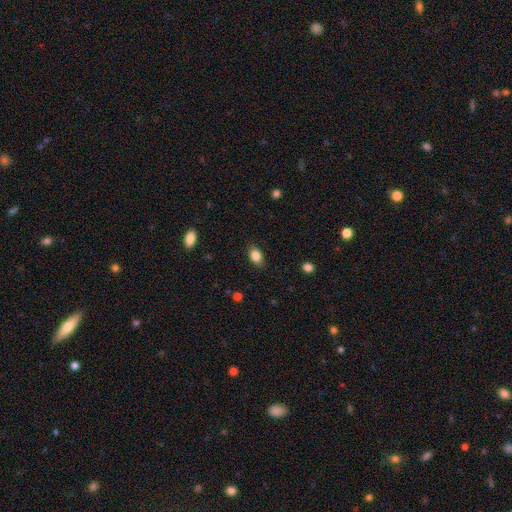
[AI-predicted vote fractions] This is clearly a smooth galaxy (84%). How rounded: clearly in between (82%). Merging: clearly none (83%).